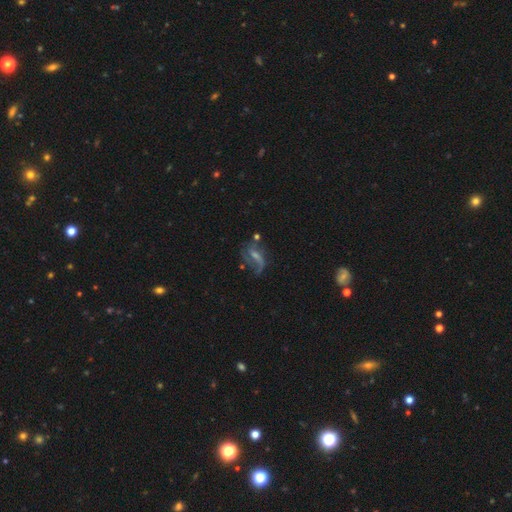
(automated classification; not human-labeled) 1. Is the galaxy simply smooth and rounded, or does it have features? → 68% featured or disk, 17% smooth, 15% star or artifact.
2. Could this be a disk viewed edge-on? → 93% no, 7% yes.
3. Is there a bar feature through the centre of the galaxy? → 45% weak, 34% no, 21% strong.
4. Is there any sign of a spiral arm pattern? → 83% yes, 17% no.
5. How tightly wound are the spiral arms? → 68% loose, 23% medium, 9% tight.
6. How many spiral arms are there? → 55% 2, 28% 1, 11% can't tell, 2% 3, 1% 4, 1% more than 4.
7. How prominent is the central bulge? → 53% small, 28% moderate, 16% none, 2% large, 1% dominant.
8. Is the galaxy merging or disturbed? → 48% none, 24% major disturbance, 21% minor disturbance, 7% merger.